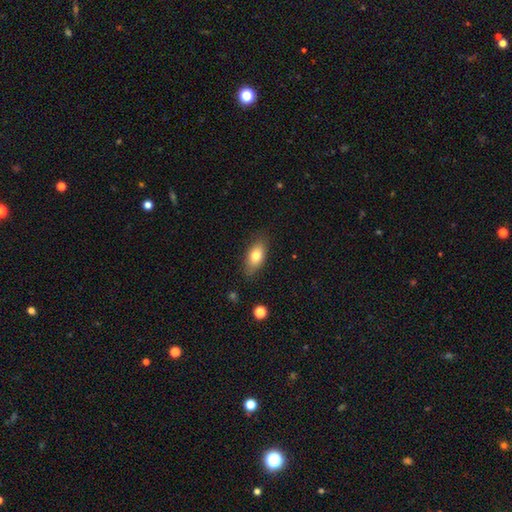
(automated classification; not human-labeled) Smooth or featured? smooth (75%)
How rounded? in between (84%)
Merging? none (81%)